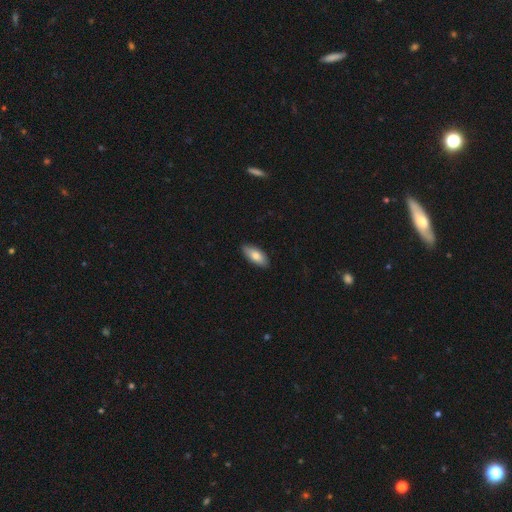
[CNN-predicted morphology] A smooth galaxy with no disk features (79%) that is in between round and cigar-shaped (83%).

Vote fractions:
- Smooth or featured? smooth: 79% / featured or disk: 15% / star or artifact: 6%
- How rounded? in between: 83% / cigar-shaped: 15% / round: 2%
- Merging? none: 87% / minor disturbance: 10% / major disturbance: 2% / merger: 1%